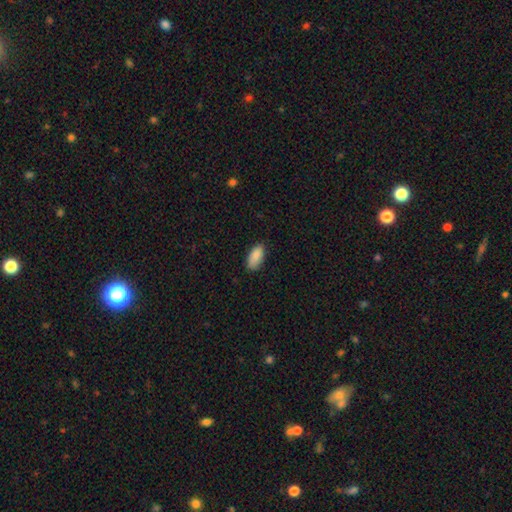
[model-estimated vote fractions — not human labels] Morphology: type=smooth (88%); roundness=in between (91%); merging=none (81%).